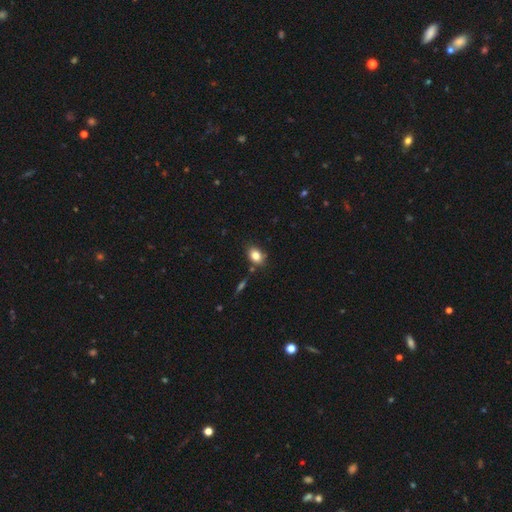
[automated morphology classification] Smooth or featured: smooth — 82% (star or artifact — 9%)
How rounded: in between — 73% (round — 25%)
Merging: none — 77% (minor disturbance — 14%)